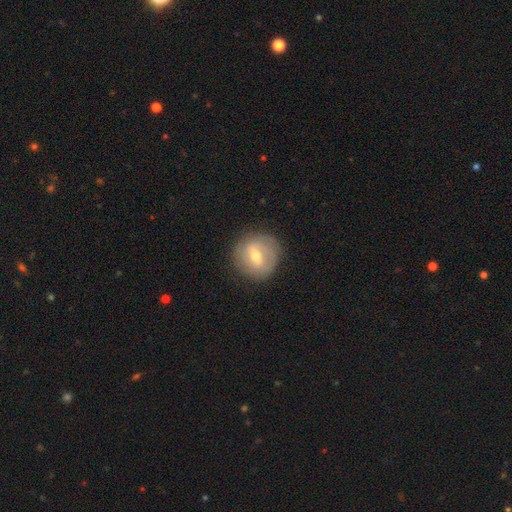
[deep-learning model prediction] This is likely a featured or disk galaxy (62%). It is clearly not viewed edge-on (95%). Bar: possibly weak (52%). Spiral arm pattern: likely yes (64%). Central bulge: likely moderate (61%). Merging: clearly none (82%).